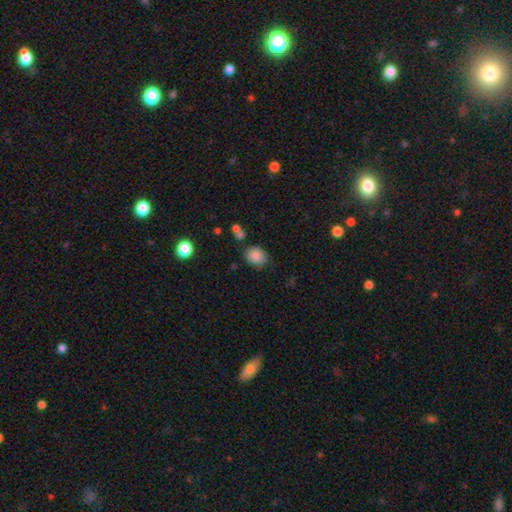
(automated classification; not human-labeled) A smooth galaxy with no disk features (86%) that is round (51%).

Vote fractions:
- Smooth or featured? smooth: 86% / star or artifact: 9% / featured or disk: 5%
- How rounded? round: 51% / in between: 48% / cigar-shaped: 1%
- Merging? none: 72% / minor disturbance: 18% / merger: 6% / major disturbance: 4%